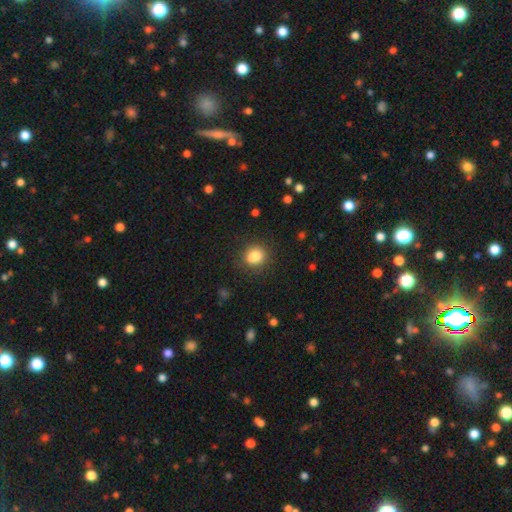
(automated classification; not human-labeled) smooth_or_featured: smooth (p=0.81) [alt: star or artifact p=0.11]
how_rounded: round (p=0.76) [alt: in between p=0.23]
merging: none (p=0.70) [alt: minor disturbance p=0.14]